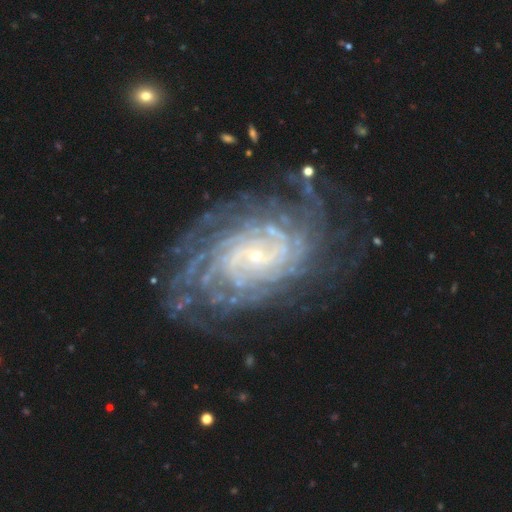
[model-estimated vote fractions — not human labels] smooth-or-featured: featured or disk: 90% | star or artifact: 5% | smooth: 4%
  disk-edge-on: no: 97% | yes: 3%
    bar: no: 65% | weak: 26% | strong: 9%
    has-spiral-arms: yes: 98% | no: 2%
      spiral-winding: tight: 78% | medium: 18% | loose: 4%
      spiral-arm-count: more than 4: 29% | can't tell: 26% | 4: 17% | 2: 10% | 3: 10% | 1: 8%
    bulge-size: small: 85% | moderate: 10% | none: 2% | large: 1% | dominant: 1%
  merging: none: 74% | minor disturbance: 16% | major disturbance: 8% | merger: 2%